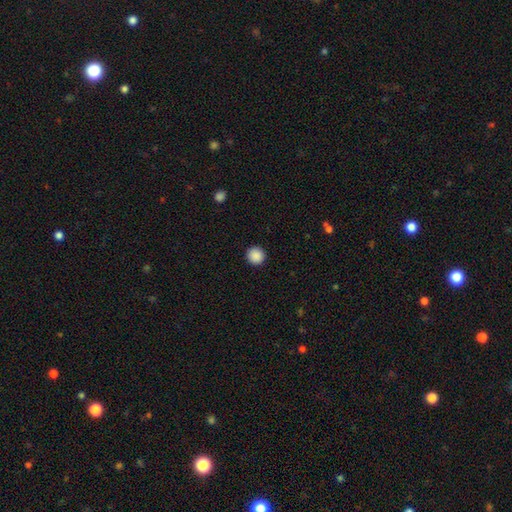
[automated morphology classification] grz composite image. It shows a smooth galaxy with no disk features (89%) that is round (95%). Merging: none (93%).